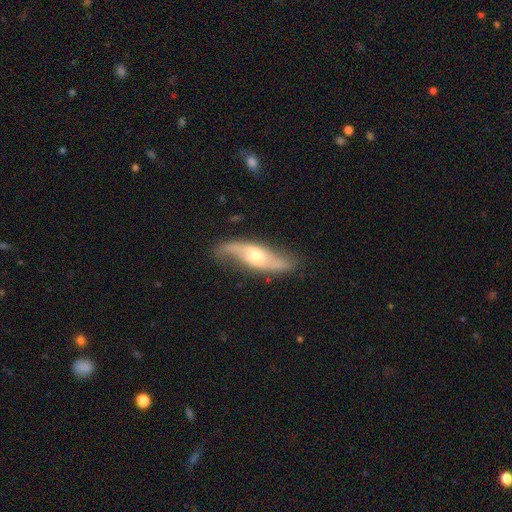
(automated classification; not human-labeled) The model was most divided on "bulge size": moderate: 56%, small: 35%, large: 5%, none: 2%, dominant: 1%. More confident: spiral arms — yes (91%); spiral arm count — 2 (89%); edge-on disk — no (79%); merging — none (75%); smooth or featured — featured or disk (73%); spiral winding — loose (72%); bar — no (63%).